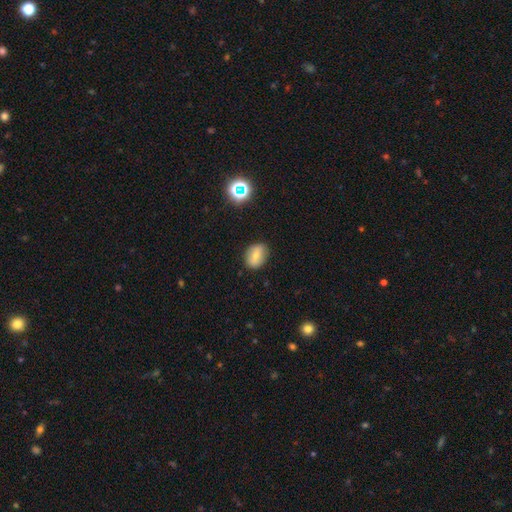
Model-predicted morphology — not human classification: Q: Smooth or featured?
A: smooth (70%); runner-up: featured or disk (19%)
Q: How rounded?
A: in between (67%); runner-up: round (31%)
Q: Merging?
A: none (83%); runner-up: minor disturbance (13%)